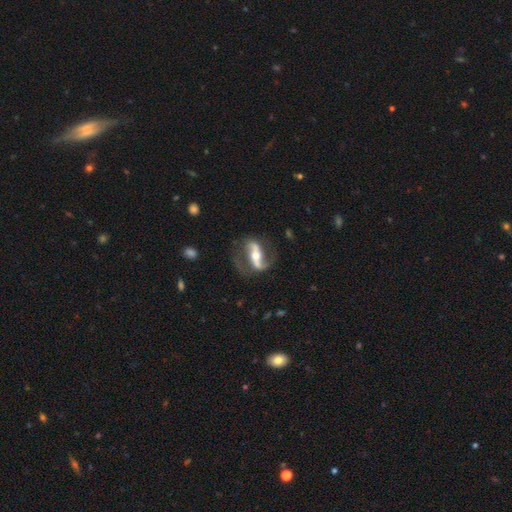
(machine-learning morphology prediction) This is clearly a featured or disk galaxy (85%). It is clearly not viewed edge-on (88%). Bar: likely strong (64%). Spiral arm pattern: clearly yes (91%). Spiral arm count: clearly 2 (90%). Spiral winding: possibly loose (54%). Central bulge: likely moderate (65%). Merging: likely none (69%).